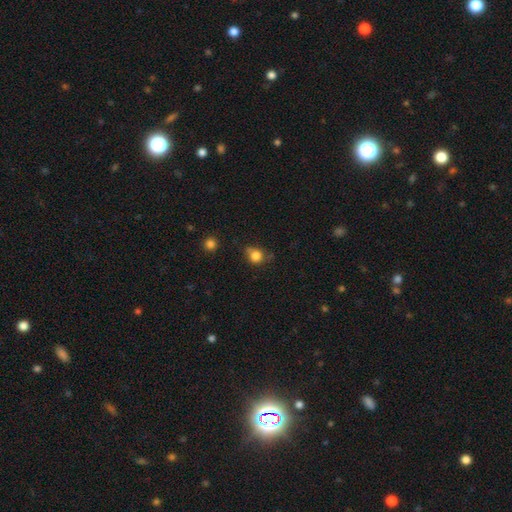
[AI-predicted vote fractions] A smooth galaxy with no disk features (81%) that is round (79%). Merging: none (58%).